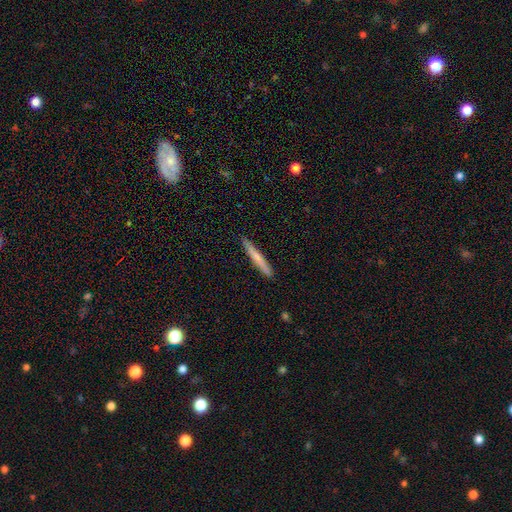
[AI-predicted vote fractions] Morphology: type=smooth (56%); roundness=cigar-shaped (96%); merging=none (91%).